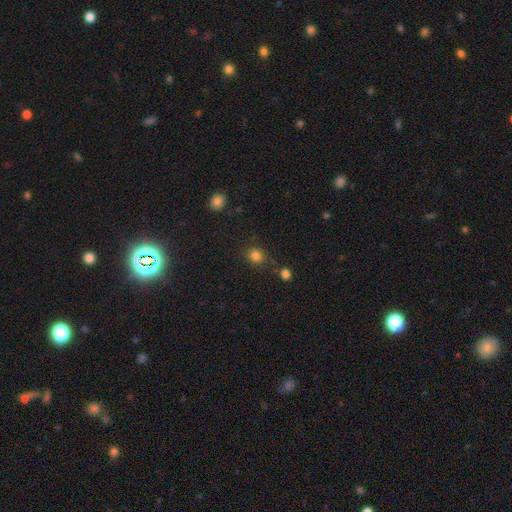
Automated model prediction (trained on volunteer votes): This appears to be a smooth galaxy with no disk features (82%) that is round (77%). Merging: none (80%).